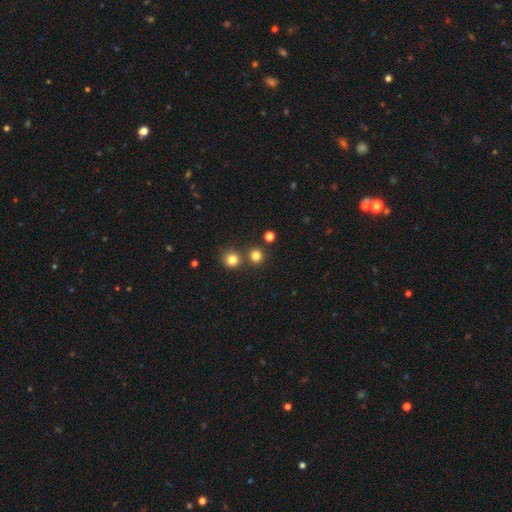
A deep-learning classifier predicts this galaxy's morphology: A smooth galaxy with no disk features (79%) that is round (92%).

Vote fractions:
- Smooth or featured? smooth: 79% / star or artifact: 16% / featured or disk: 5%
- How rounded? round: 92% / in between: 7% / cigar-shaped: 1%
- Merging? none: 76% / merger: 16% / minor disturbance: 6% / major disturbance: 2%